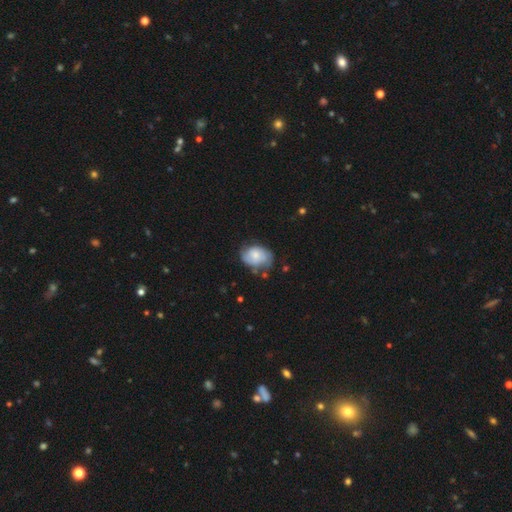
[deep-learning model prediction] smooth-or-featured: smooth: 60% | featured or disk: 33% | star or artifact: 7%
  how-rounded: in between: 69% | round: 30% | cigar-shaped: 1%
  merging: none: 56% | minor disturbance: 30% | major disturbance: 10% | merger: 4%